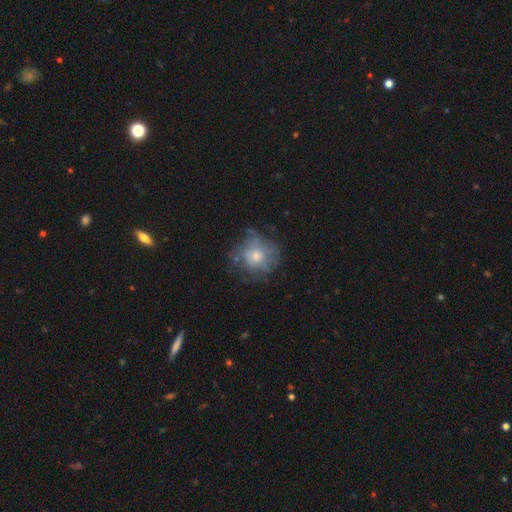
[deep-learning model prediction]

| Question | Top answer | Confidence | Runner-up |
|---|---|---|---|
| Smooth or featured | featured or disk | 49% | smooth (40%) |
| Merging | none | 53% | minor disturbance (24%) |